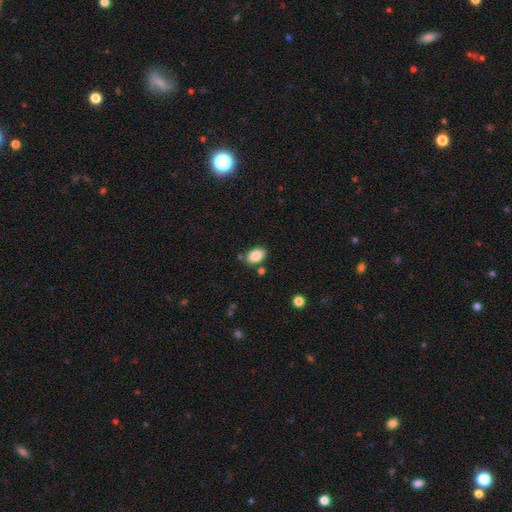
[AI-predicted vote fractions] Smooth or featured?
  - smooth: 86% *
  - star or artifact: 8%
  - featured or disk: 6%
How rounded?
  - in between: 86% *
  - round: 13%
  - cigar-shaped: 1%
Merging?
  - none: 80% *
  - minor disturbance: 12%
  - merger: 6%
  - major disturbance: 3%